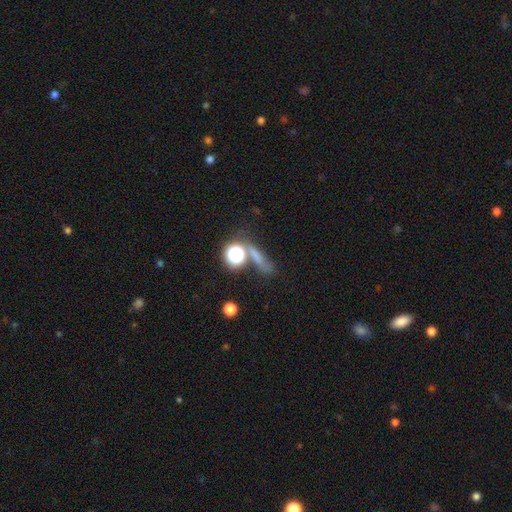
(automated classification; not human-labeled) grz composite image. It shows a smooth galaxy with no disk features (58%) that is cigar-shaped (40%). Merging: none (58%).